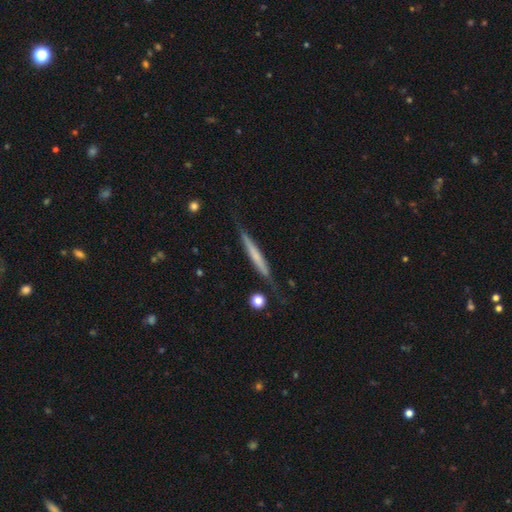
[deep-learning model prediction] The model was most divided on "smooth or featured": featured or disk: 51%, smooth: 44%, star or artifact: 6%. More confident: edge-on disk — yes (94%); merging — none (74%).